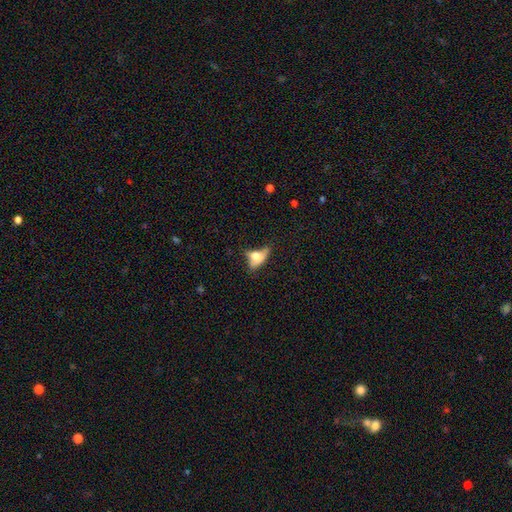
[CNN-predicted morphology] The model was most divided on "merging": major disturbance: 31%, none: 28%, minor disturbance: 27%, merger: 13%. More confident: how rounded — in between (80%); smooth or featured — smooth (59%).